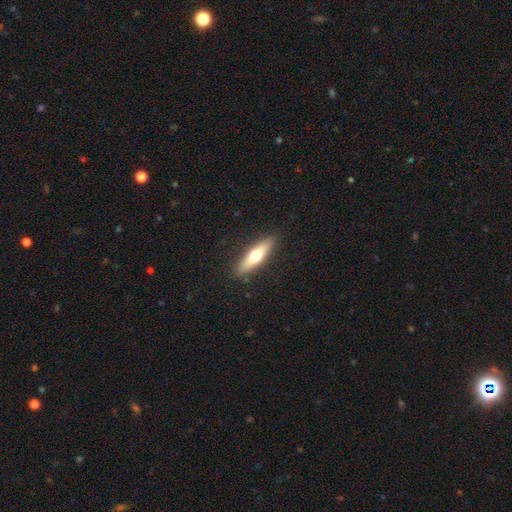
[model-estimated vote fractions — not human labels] Q: Smooth or featured?
A: smooth (55%); runner-up: featured or disk (39%)
Q: How rounded?
A: cigar-shaped (71%); runner-up: in between (27%)
Q: Merging?
A: none (89%); runner-up: minor disturbance (8%)